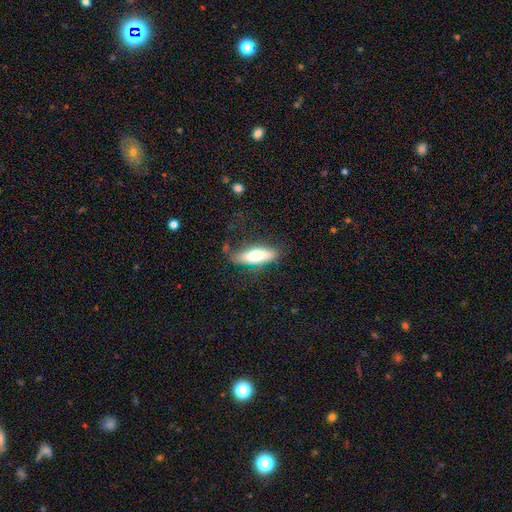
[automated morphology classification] A smooth galaxy with no disk features (66%) that is in between round and cigar-shaped (53%). Merging: none (70%).